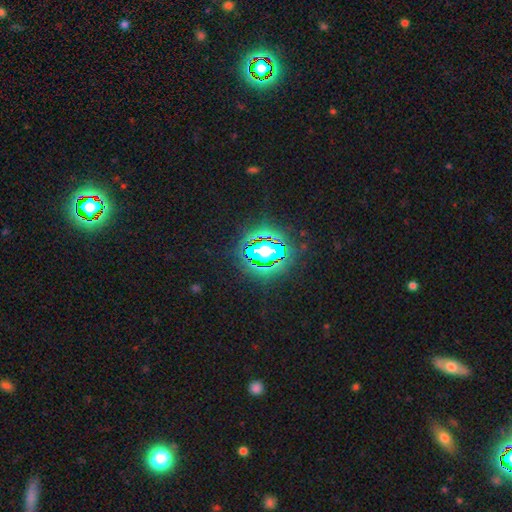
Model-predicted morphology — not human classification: Smooth or featured: star or artifact — 64% (smooth — 22%)